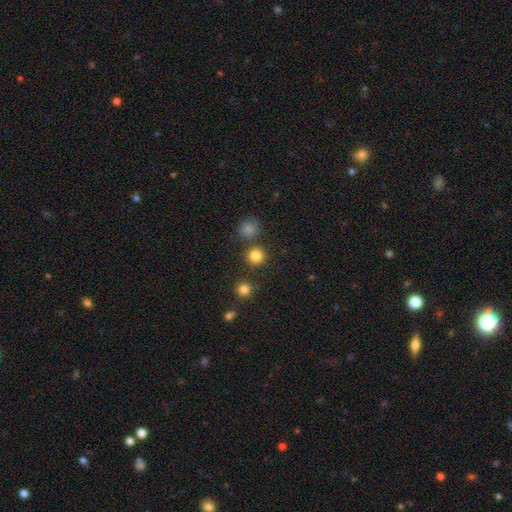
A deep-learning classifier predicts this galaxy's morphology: The model was most divided on "smooth or featured": smooth: 82%, star or artifact: 13%, featured or disk: 4%. More confident: how rounded — round (93%); merging — none (84%).